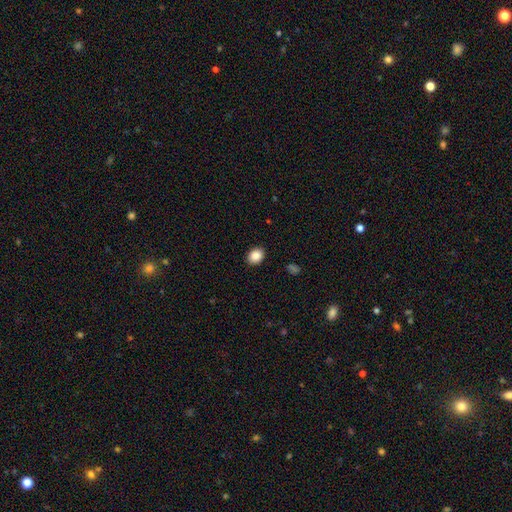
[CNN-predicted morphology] Overall: smooth (88%). How rounded: in between (51%; round 48%). Merging: none (90%).